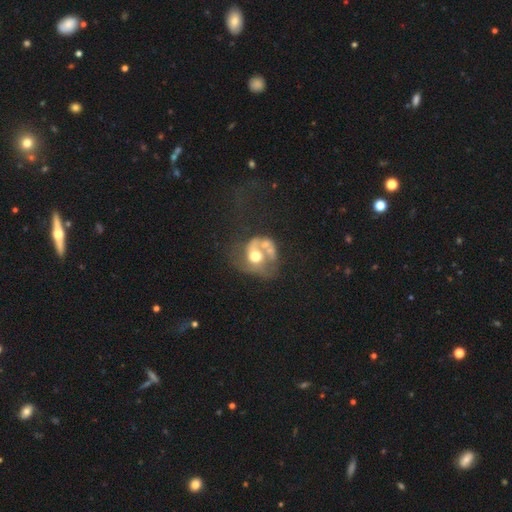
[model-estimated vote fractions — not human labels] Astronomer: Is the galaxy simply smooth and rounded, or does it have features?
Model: featured or disk — 57% (runner-up: smooth, 33%).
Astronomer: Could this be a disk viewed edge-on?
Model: no — 97%.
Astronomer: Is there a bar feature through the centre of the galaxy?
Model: no — 85%.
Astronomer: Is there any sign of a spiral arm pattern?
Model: no — 64%.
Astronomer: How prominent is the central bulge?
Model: moderate — 55% (runner-up: large, 31%).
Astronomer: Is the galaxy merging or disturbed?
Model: merger — 50% (runner-up: major disturbance, 25%).